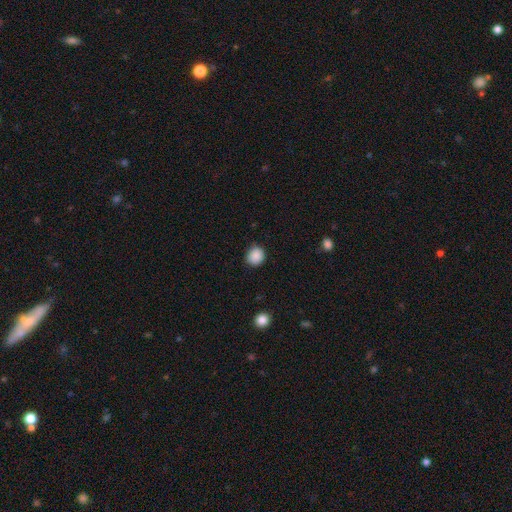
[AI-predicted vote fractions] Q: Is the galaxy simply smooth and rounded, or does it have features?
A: smooth — 88%.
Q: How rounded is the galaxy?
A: round — 82%.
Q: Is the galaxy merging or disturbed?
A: none — 83%.